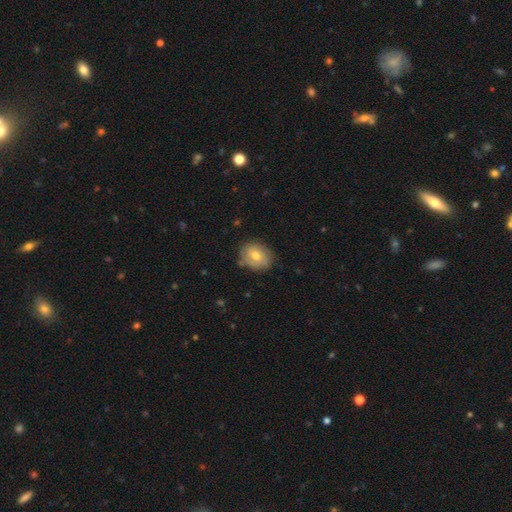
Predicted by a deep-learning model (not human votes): This appears to be a smooth galaxy with no disk features (58%) that is round (51%). Merging: none (76%).